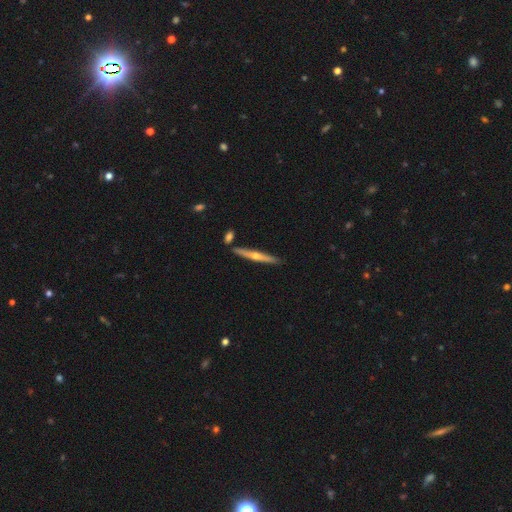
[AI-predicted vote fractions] Morphology: type=featured or disk (69%); edge-on=yes (97%); edge-on bulge=rounded (86%); merging=none (86%).